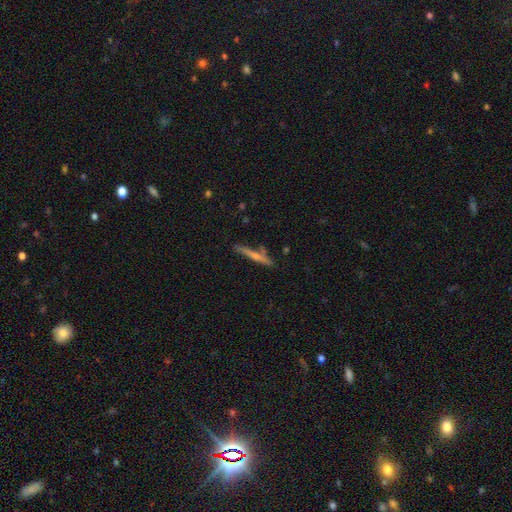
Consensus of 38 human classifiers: featured or disk 61%, smooth 34%, star or artifact 5%. Down the decision tree: edge-on disk — yes (100%); edge-on bulge — rounded (61%); merging — none (64%).